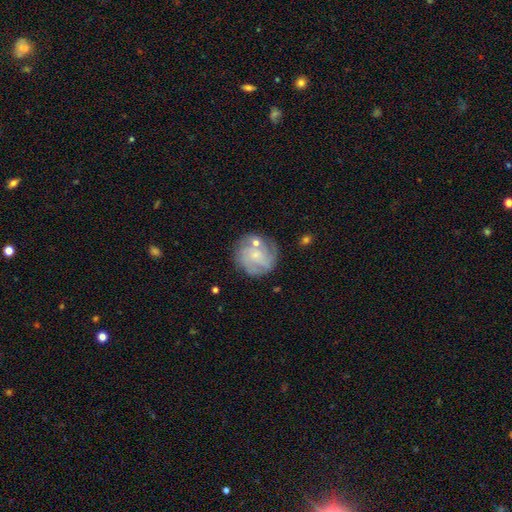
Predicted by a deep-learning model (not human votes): Overall: featured or disk (62%; smooth 30%). Edge-on disk: no (98%). Bar: no (69%). Spiral arms: yes (83%). Spiral arm count: can't tell (37%; 3 24%). Spiral winding: tight (54%; medium 34%). Bulge size: small (63%). Merging: none (65%).